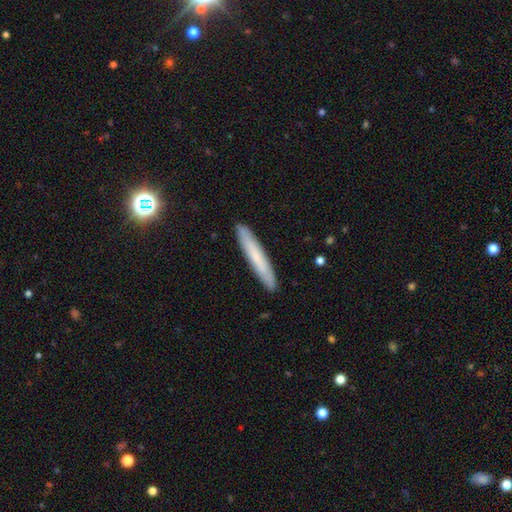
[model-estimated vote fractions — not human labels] Q: Smooth or featured?
A: smooth (67%); runner-up: featured or disk (26%)
Q: How rounded?
A: cigar-shaped (95%); runner-up: in between (4%)
Q: Merging?
A: none (91%); runner-up: minor disturbance (7%)